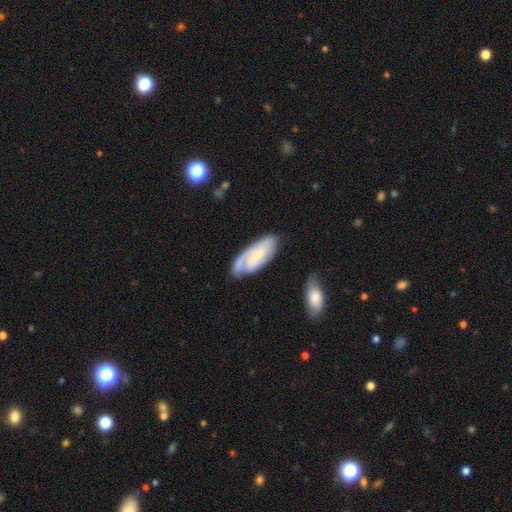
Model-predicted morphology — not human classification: smooth_or_featured: featured or disk (p=0.63) [alt: smooth p=0.31]
disk_edge_on: no (p=0.92) [alt: yes p=0.08]
bar: no (p=0.57) [alt: weak p=0.35]
has_spiral_arms: yes (p=0.89) [alt: no p=0.11]
spiral_winding: tight (p=0.50) [alt: medium p=0.37]
spiral_arm_count: 2 (p=0.38) [alt: can't tell p=0.29]
bulge_size: small (p=0.57) [alt: moderate p=0.25]
merging: none (p=0.66) [alt: minor disturbance p=0.23]